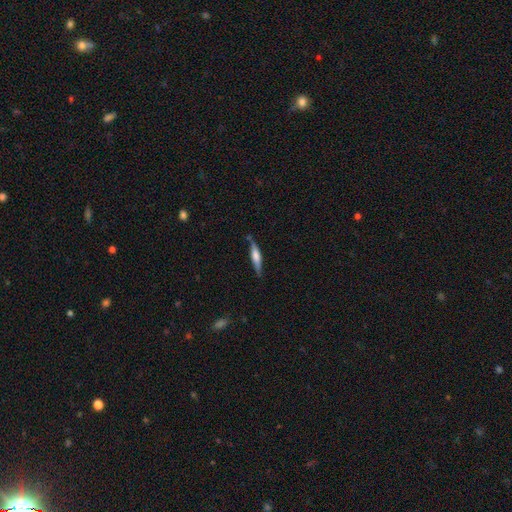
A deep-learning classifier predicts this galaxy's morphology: A smooth galaxy with no disk features (49%). Merging: none (77%).